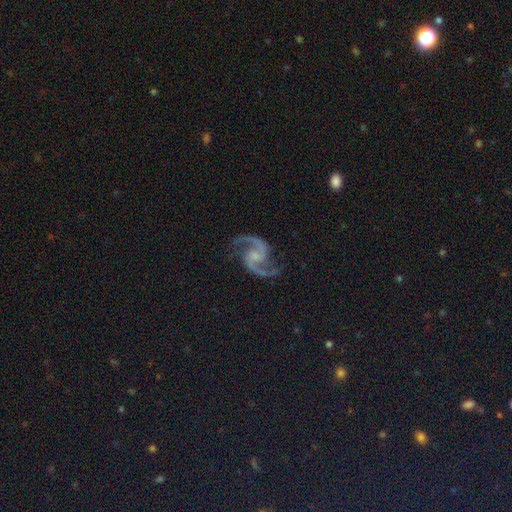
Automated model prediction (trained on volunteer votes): Smooth or featured? Predicted: featured or disk (p=0.94). Edge-on disk? Predicted: no (p=0.99). Bar? Predicted: no (p=0.48). Spiral arms? Predicted: yes (p=0.99). Spiral winding? Predicted: medium (p=0.64). Spiral arm count? Predicted: 2 (p=0.95). Bulge size? Predicted: small (p=0.46). Merging? Predicted: none (p=0.81).